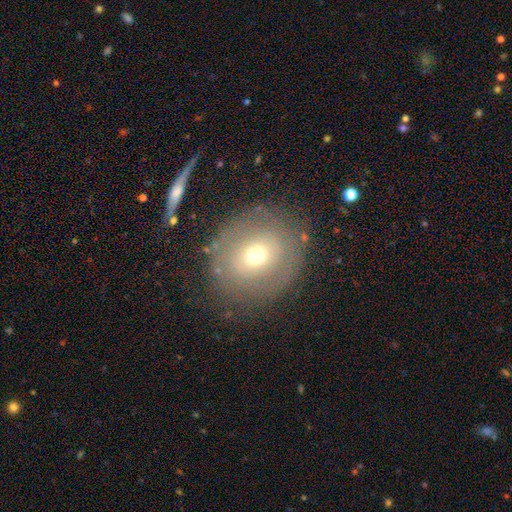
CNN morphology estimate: Smooth or featured? smooth (58%)
How rounded? round (80%)
Merging? none (78%)